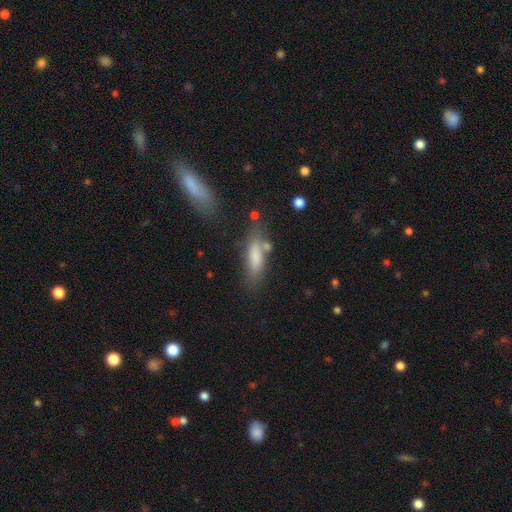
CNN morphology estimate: smooth-or-featured: smooth: 75% | featured or disk: 17% | star or artifact: 8%
  how-rounded: in between: 49% | cigar-shaped: 48% | round: 3%
  merging: none: 62% | minor disturbance: 19% | merger: 12% | major disturbance: 7%